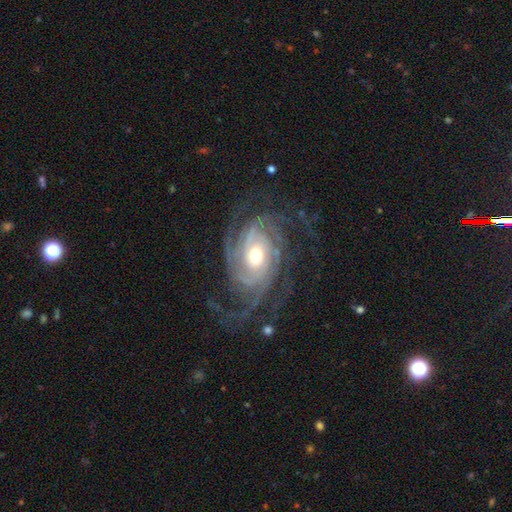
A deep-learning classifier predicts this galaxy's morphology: Smooth or featured: featured or disk — 91% (star or artifact — 5%)
Edge-on disk: no — 97% (yes — 3%)
Bar: no — 68% (weak — 22%)
Spiral arms: yes — 98% (no — 2%)
Spiral winding: tight — 62% (medium — 30%)
Spiral arm count: 3 — 24% (4 — 22%)
Bulge size: moderate — 68% (small — 17%)
Merging: none — 69% (minor disturbance — 16%)